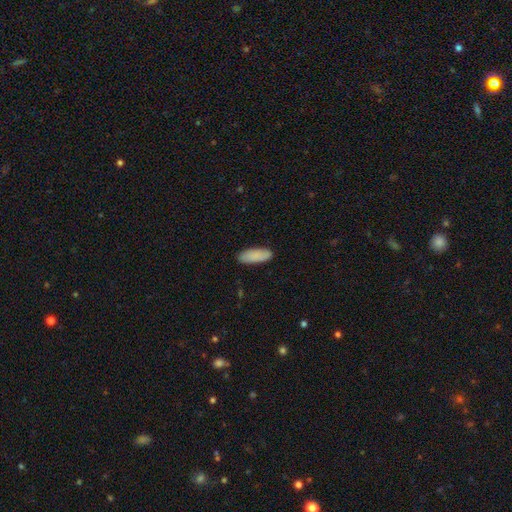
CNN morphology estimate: This is clearly a smooth galaxy (87%). How rounded: likely in between (74%). Merging: clearly none (87%).